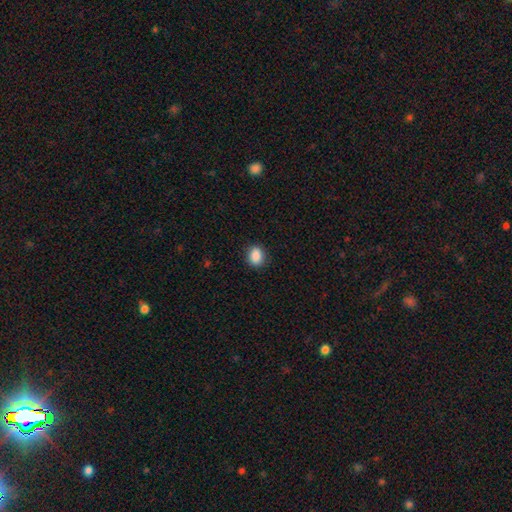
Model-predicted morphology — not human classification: The model was most divided on "how rounded": in between: 54%, round: 44%, cigar-shaped: 1%. More confident: merging — none (88%); smooth or featured — smooth (88%).